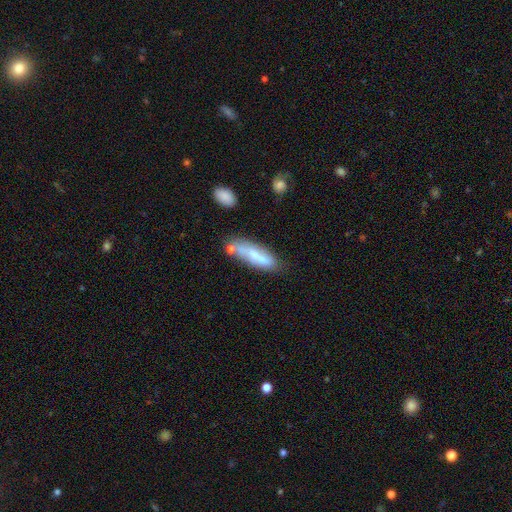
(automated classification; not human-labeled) The model was most divided on "how rounded": cigar-shaped: 53%, in between: 44%, round: 2%. More confident: merging — none (59%); smooth or featured — smooth (53%).